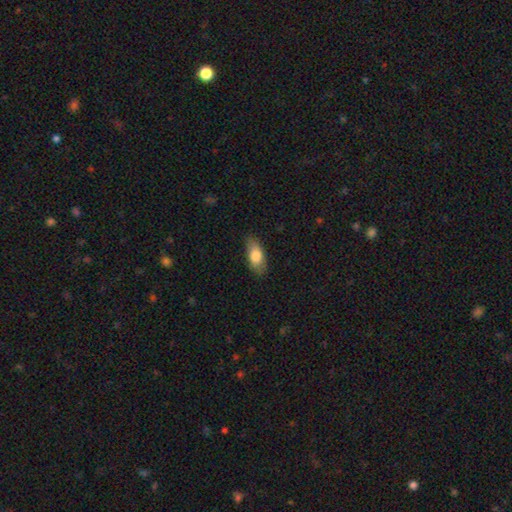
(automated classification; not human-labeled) Overall: smooth (79%). How rounded: in between (87%). Merging: none (82%).